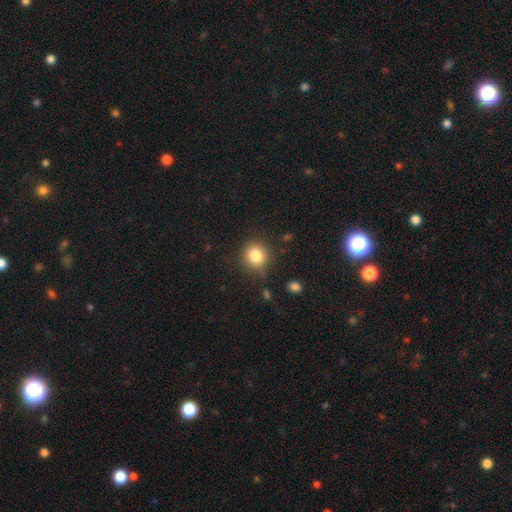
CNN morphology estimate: This is clearly a smooth galaxy (82%). How rounded: clearly round (88%). Merging: clearly none (87%).